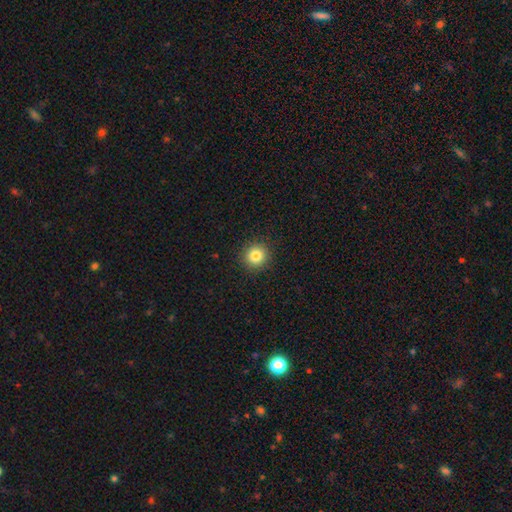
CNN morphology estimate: Smooth or featured: smooth — 83% (star or artifact — 11%)
How rounded: round — 92% (in between — 7%)
Merging: none — 92% (minor disturbance — 5%)